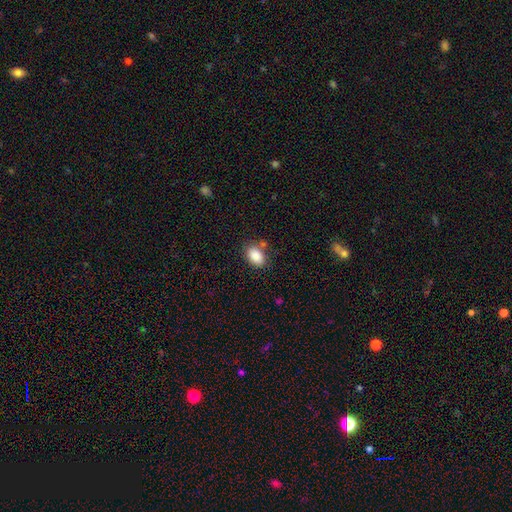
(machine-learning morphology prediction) A smooth galaxy with no disk features (87%) that is in between round and cigar-shaped (86%).

Vote fractions:
- Smooth or featured? smooth: 87% / star or artifact: 8% / featured or disk: 4%
- How rounded? in between: 86% / round: 12% / cigar-shaped: 1%
- Merging? none: 75% / minor disturbance: 14% / merger: 7% / major disturbance: 4%